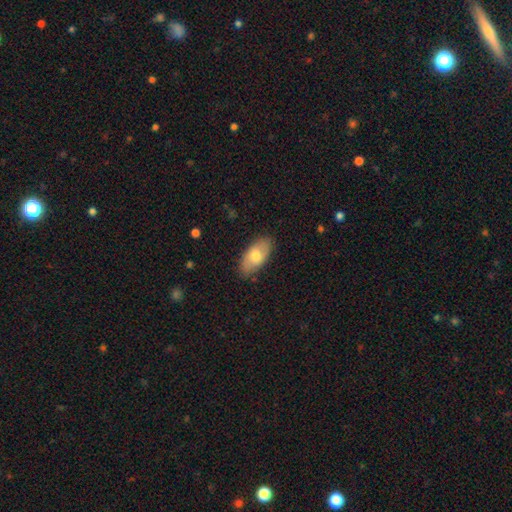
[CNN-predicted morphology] smooth-or-featured: smooth: 70% | featured or disk: 24% | star or artifact: 6%
  how-rounded: in between: 92% | cigar-shaped: 5% | round: 3%
  merging: none: 84% | minor disturbance: 12% | major disturbance: 3% | merger: 1%